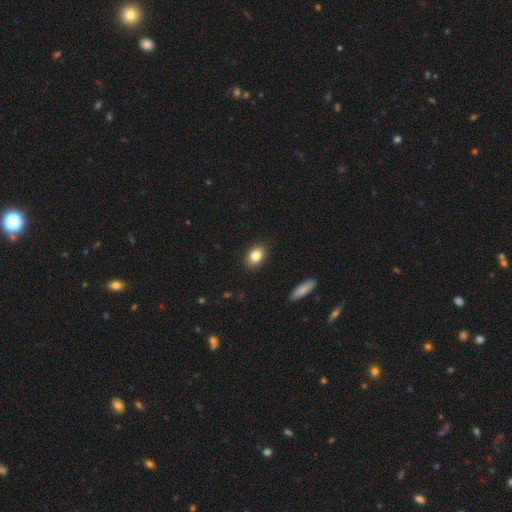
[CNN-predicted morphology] The model was most divided on "how rounded": in between: 78%, round: 20%, cigar-shaped: 2%. More confident: merging — none (89%); smooth or featured — smooth (83%).